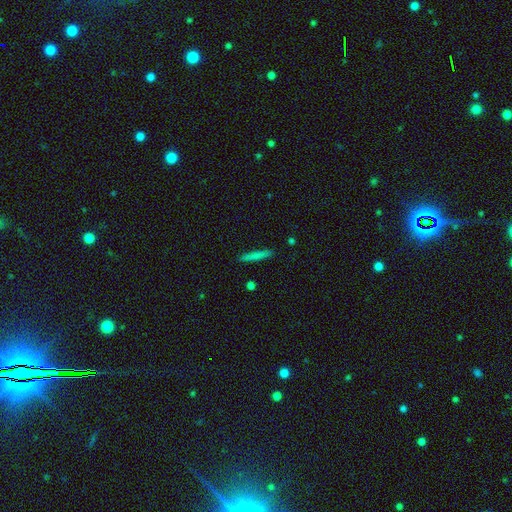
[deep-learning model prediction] Smooth or featured? smooth (77%)
How rounded? cigar-shaped (95%)
Merging? none (89%)